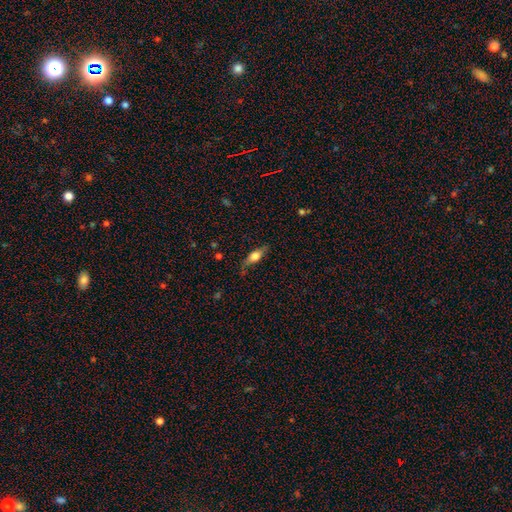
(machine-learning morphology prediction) Q: Smooth or featured?
A: smooth (53%); runner-up: featured or disk (39%)
Q: How rounded?
A: in between (58%); runner-up: cigar-shaped (37%)
Q: Merging?
A: none (68%); runner-up: minor disturbance (23%)